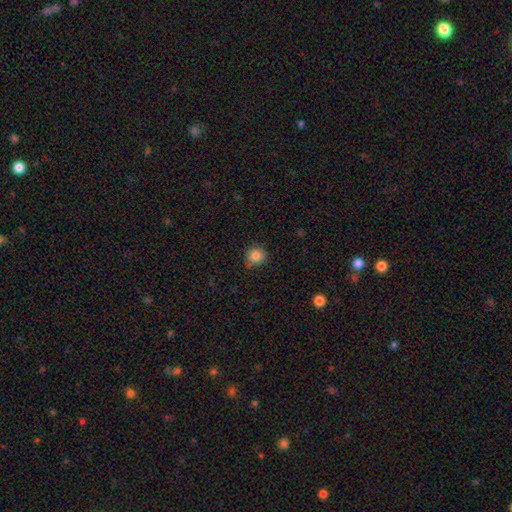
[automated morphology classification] Smooth or featured?
  - smooth: 84% *
  - star or artifact: 10%
  - featured or disk: 5%
How rounded?
  - round: 92% *
  - in between: 7%
  - cigar-shaped: 1%
Merging?
  - none: 84% *
  - minor disturbance: 11%
  - major disturbance: 2%
  - merger: 2%